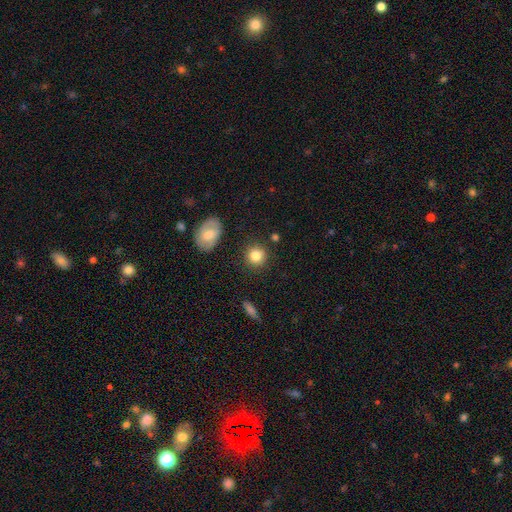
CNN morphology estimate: type=smooth (83%); roundness=round (87%); merging=none (86%).